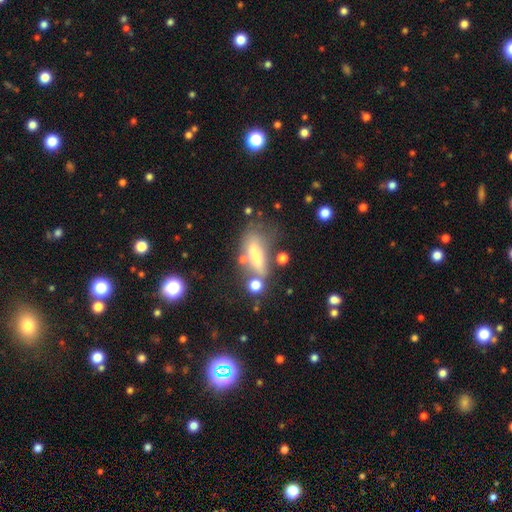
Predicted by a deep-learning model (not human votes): Smooth or featured? smooth (64%)
How rounded? in between (57%)
Merging? none (39%)